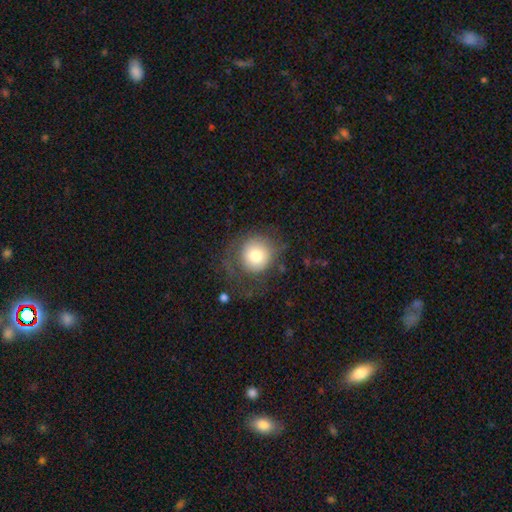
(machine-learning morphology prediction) This appears to be a smooth galaxy with no disk features (70%) that is round (91%). Merging: none (59%).